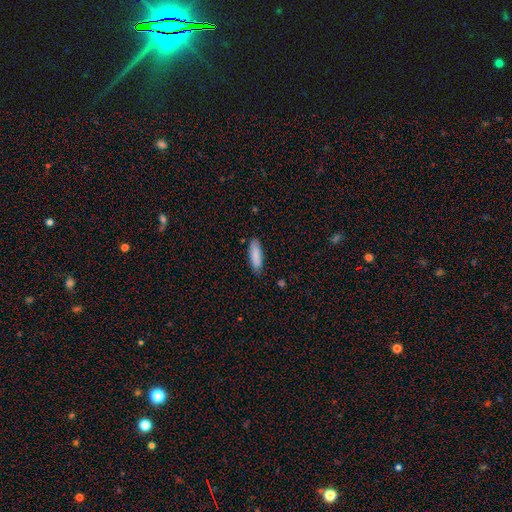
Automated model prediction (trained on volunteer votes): The model was most divided on "how rounded": in between: 50%, cigar-shaped: 48%, round: 1%. More confident: smooth or featured — smooth (88%); merging — none (85%).